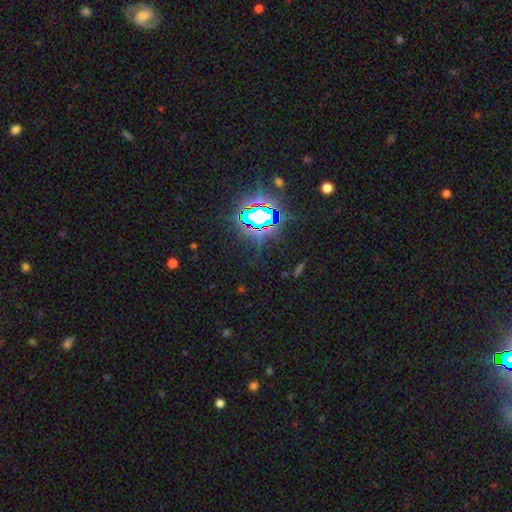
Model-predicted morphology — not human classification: smooth-or-featured: star or artifact: 81% | smooth: 11% | featured or disk: 8%